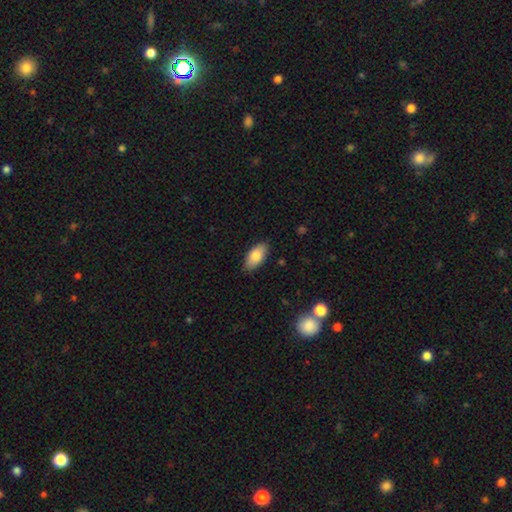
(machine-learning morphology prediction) Q: Smooth or featured?
A: smooth (83%); runner-up: featured or disk (10%)
Q: How rounded?
A: in between (92%); runner-up: cigar-shaped (6%)
Q: Merging?
A: none (85%); runner-up: minor disturbance (12%)